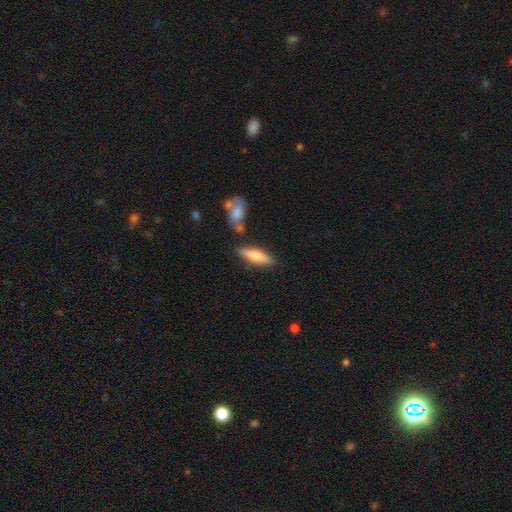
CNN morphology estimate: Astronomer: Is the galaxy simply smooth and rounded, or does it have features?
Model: smooth — 67%.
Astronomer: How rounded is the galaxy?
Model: cigar-shaped — 59% (runner-up: in between, 40%).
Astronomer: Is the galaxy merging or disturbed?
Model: none — 76%.